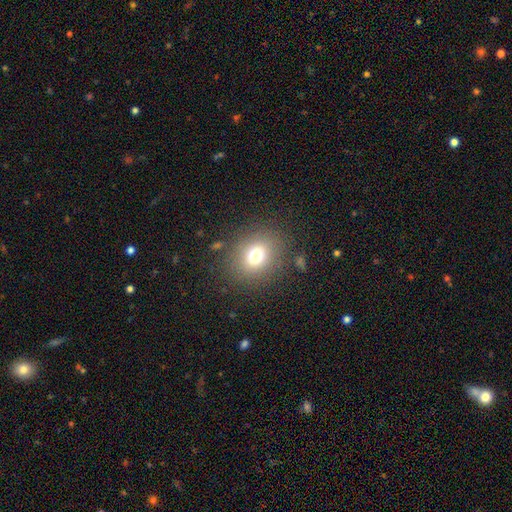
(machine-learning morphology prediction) Smooth or featured? smooth (74%)
How rounded? round (64%)
Merging? none (83%)